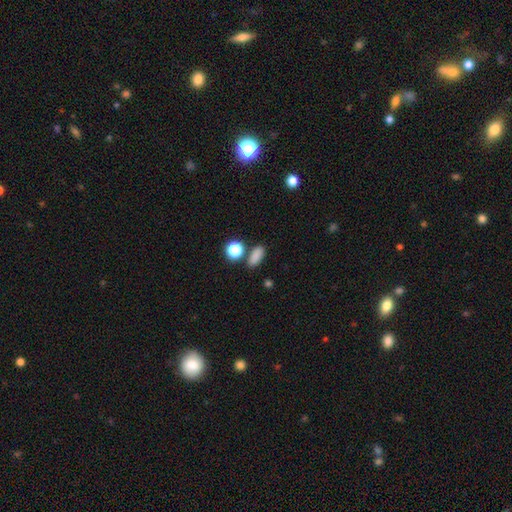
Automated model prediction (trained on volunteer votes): Overall: smooth (82%). How rounded: in between (79%). Merging: none (76%).